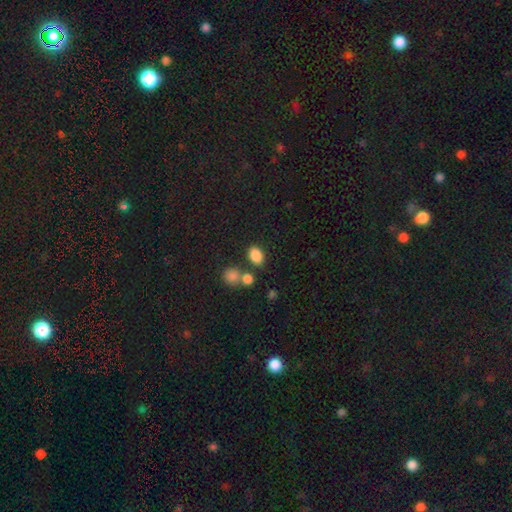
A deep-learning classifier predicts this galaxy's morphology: Smooth or featured?
  - smooth: 85% *
  - star or artifact: 10%
  - featured or disk: 5%
How rounded?
  - in between: 79% *
  - round: 19%
  - cigar-shaped: 1%
Merging?
  - none: 69% *
  - merger: 17%
  - minor disturbance: 11%
  - major disturbance: 4%